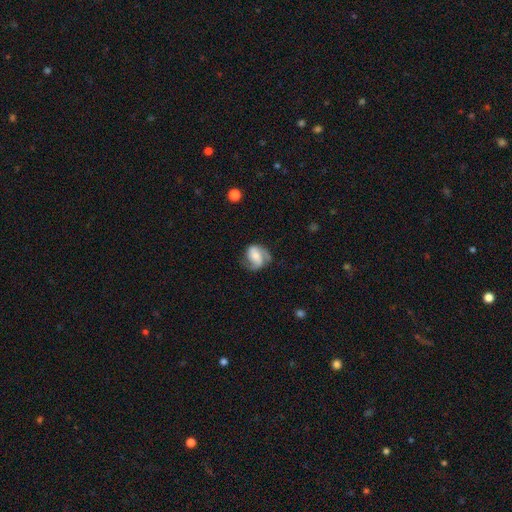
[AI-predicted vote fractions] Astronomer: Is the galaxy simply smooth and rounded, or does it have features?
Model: featured or disk — 61%.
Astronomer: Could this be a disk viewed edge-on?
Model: no — 97%.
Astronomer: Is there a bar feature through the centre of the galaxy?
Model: no — 47% (runner-up: weak, 36%).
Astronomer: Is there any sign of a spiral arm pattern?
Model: yes — 89%.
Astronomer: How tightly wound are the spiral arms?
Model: medium — 44% (runner-up: loose, 31%).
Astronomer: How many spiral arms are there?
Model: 2 — 67%.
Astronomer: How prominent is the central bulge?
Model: small — 38% (runner-up: moderate, 37%).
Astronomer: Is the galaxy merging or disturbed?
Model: none — 53%.